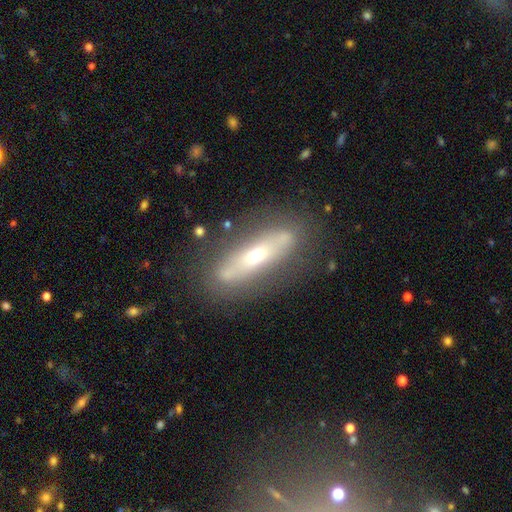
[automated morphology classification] The model was most divided on "edge-on disk": no: 55%, yes: 45%. More confident: merging — none (78%); smooth or featured — featured or disk (60%).